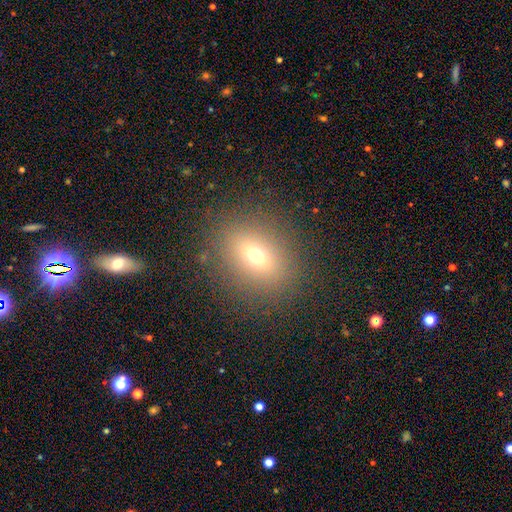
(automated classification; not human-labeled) Smooth or featured? smooth (65%)
How rounded? round (51%)
Merging? none (87%)